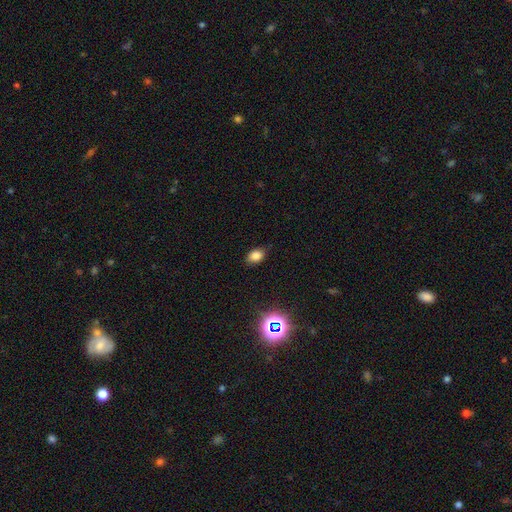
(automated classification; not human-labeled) This appears to be a smooth galaxy with no disk features (81%) that is in between round and cigar-shaped (79%). Merging: none (81%).